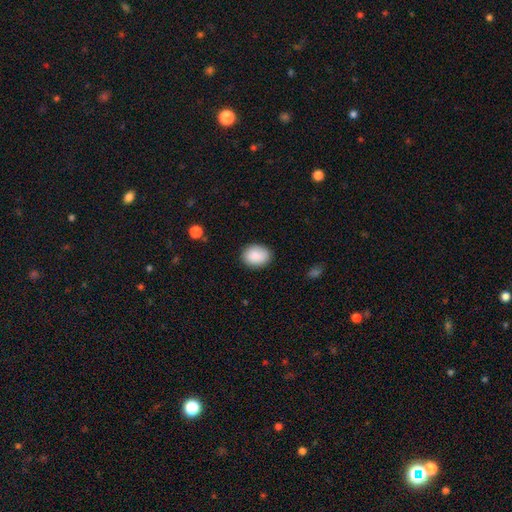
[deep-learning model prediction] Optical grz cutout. It shows a smooth galaxy with no disk features (89%) that is in between round and cigar-shaped (61%). Merging: none (86%).